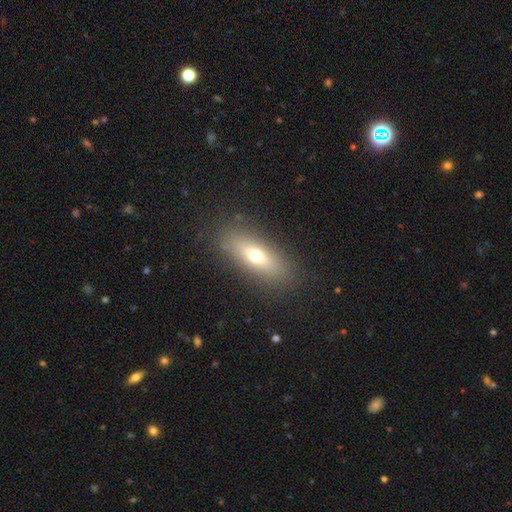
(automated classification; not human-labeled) Smooth or featured: smooth — 64% (featured or disk — 26%)
How rounded: in between — 64% (cigar-shaped — 32%)
Merging: none — 85% (minor disturbance — 10%)